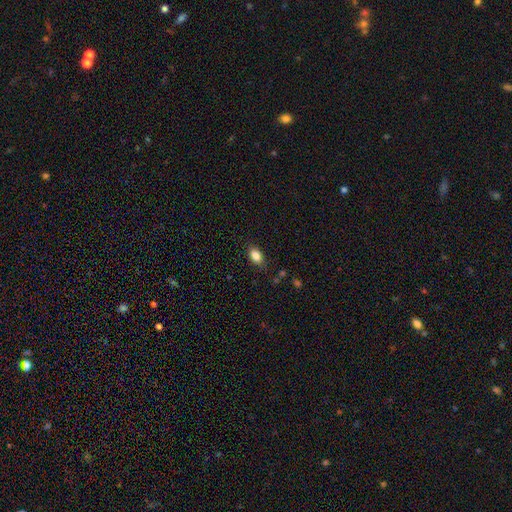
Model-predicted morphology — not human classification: Smooth or featured: smooth — 85% (star or artifact — 9%)
How rounded: in between — 87% (round — 11%)
Merging: none — 84% (minor disturbance — 12%)